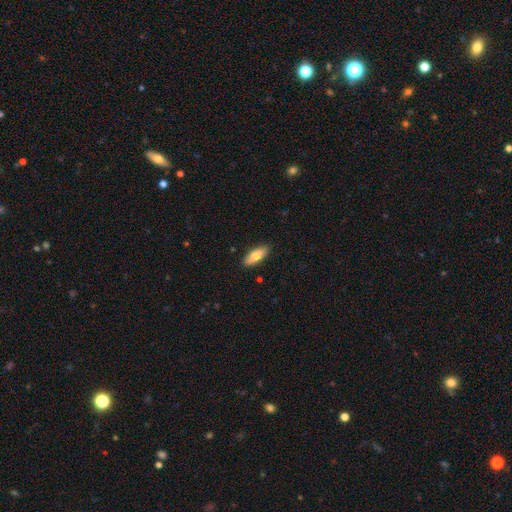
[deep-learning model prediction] smooth-or-featured: smooth: 76% | featured or disk: 19% | star or artifact: 6%
  how-rounded: in between: 65% | cigar-shaped: 33% | round: 2%
  merging: none: 87% | minor disturbance: 10% | major disturbance: 2% | merger: 1%